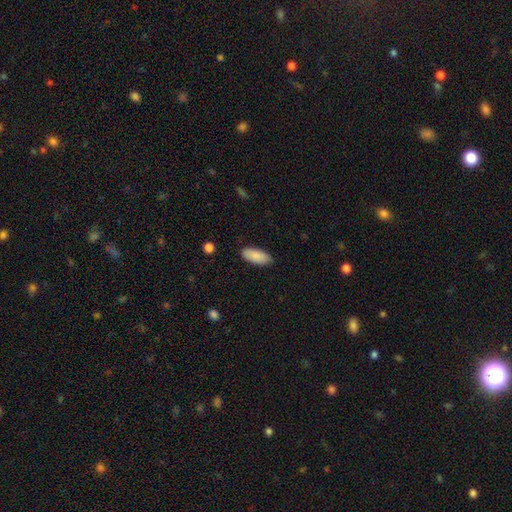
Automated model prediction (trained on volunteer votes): smooth 89%, star or artifact 6%, featured or disk 5%. Down the decision tree: how rounded — in between (87%); merging — none (85%).